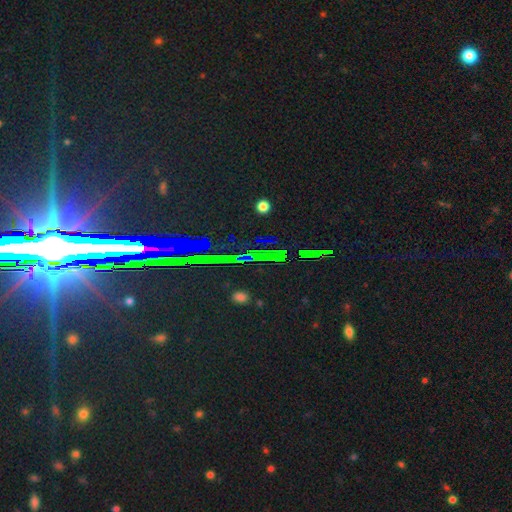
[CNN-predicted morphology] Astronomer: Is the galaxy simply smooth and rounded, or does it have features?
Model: star or artifact — 76%.